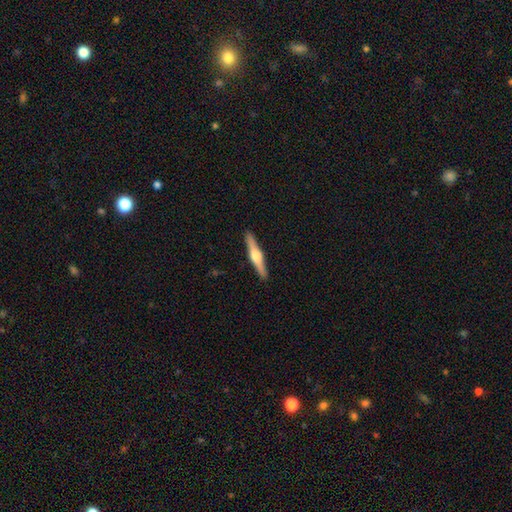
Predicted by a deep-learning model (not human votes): Smooth or featured? Predicted: featured or disk (p=0.67). Edge-on disk? Predicted: yes (p=0.97). Edge-on bulge? Predicted: rounded (p=0.93). Merging? Predicted: none (p=0.92).